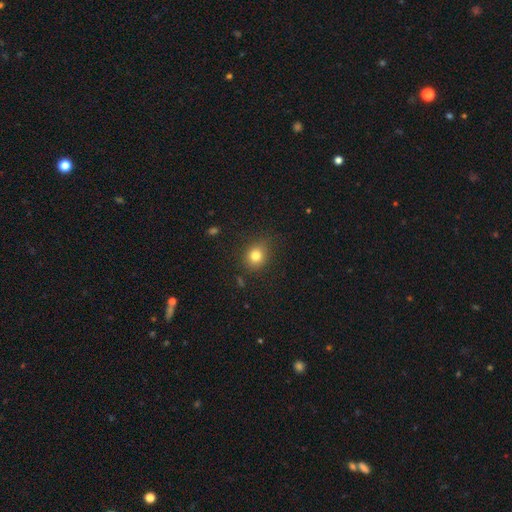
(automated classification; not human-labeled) The model was most divided on "how rounded": round: 74%, in between: 25%, cigar-shaped: 1%. More confident: merging — none (81%); smooth or featured — smooth (80%).